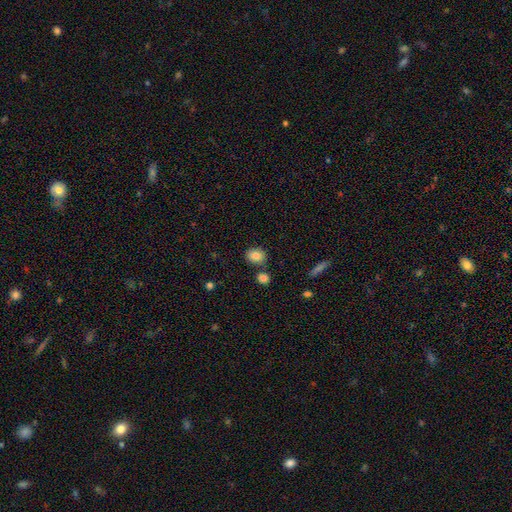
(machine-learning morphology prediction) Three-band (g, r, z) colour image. It shows a smooth galaxy with no disk features (85%) that is round (51%). Merging: none (77%).